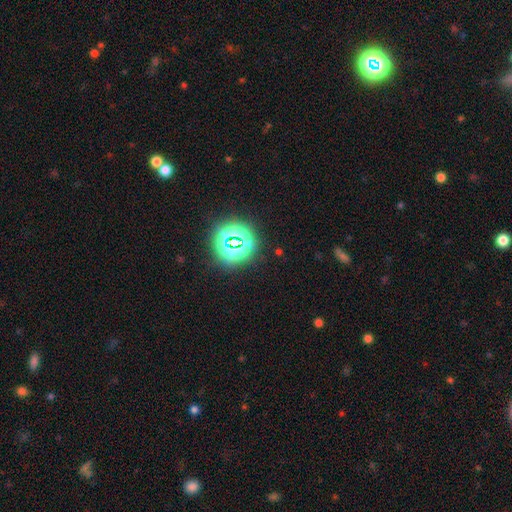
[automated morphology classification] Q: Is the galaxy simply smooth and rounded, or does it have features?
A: star or artifact — 77%.